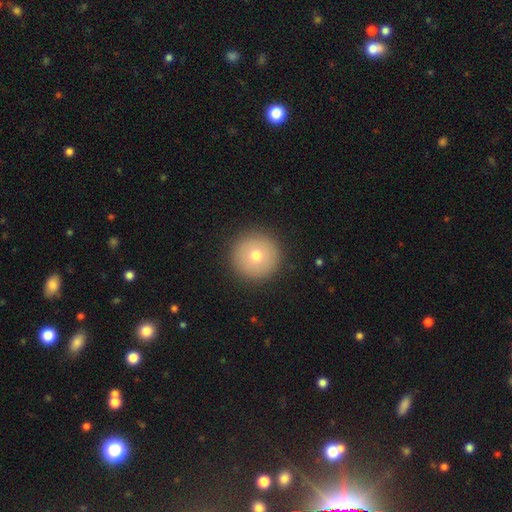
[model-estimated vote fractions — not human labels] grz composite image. It shows a smooth galaxy with no disk features (70%) that is round (97%). Merging: none (92%).